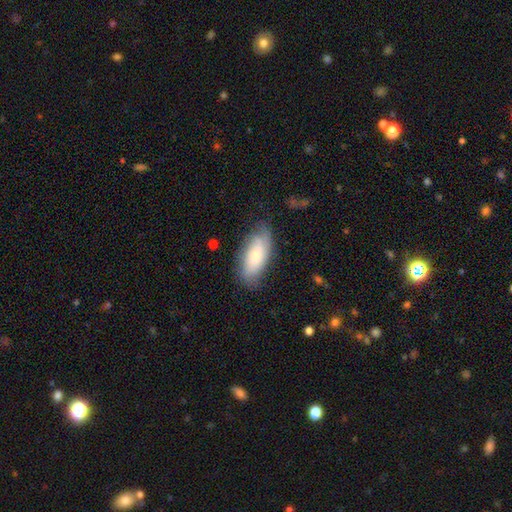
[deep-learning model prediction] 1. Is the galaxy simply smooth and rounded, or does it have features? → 61% smooth, 32% featured or disk, 7% star or artifact.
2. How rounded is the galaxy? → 85% in between, 12% cigar-shaped, 3% round.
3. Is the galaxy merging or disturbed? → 71% none, 21% minor disturbance, 6% major disturbance, 2% merger.